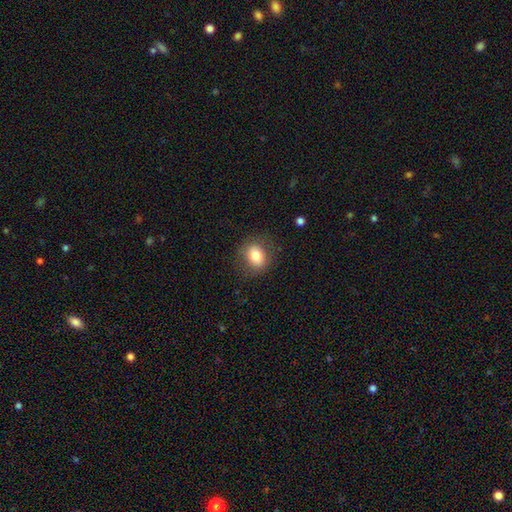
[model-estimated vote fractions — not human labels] Morphology: type=smooth (79%); roundness=round (51%); merging=none (82%).